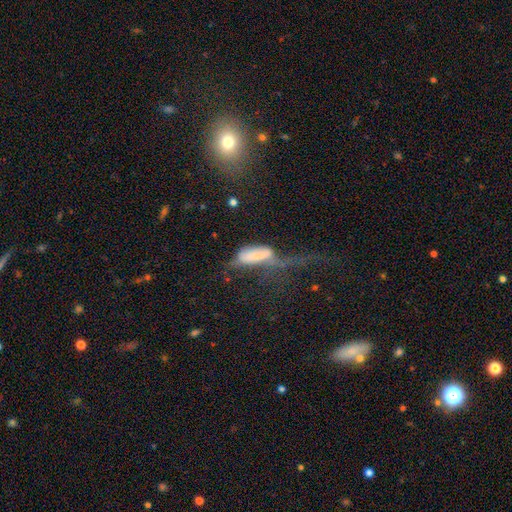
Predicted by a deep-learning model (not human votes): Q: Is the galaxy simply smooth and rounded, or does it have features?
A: smooth — 60%.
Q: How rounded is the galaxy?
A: in between — 72%.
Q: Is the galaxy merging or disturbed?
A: major disturbance — 60%.